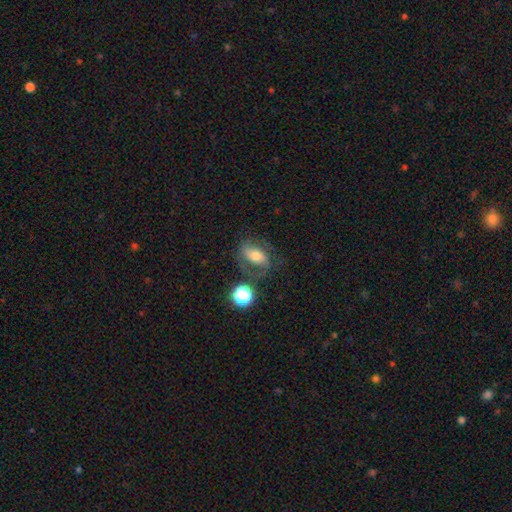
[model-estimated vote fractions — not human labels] The model was most divided on "smooth or featured": featured or disk: 48%, smooth: 39%, star or artifact: 12%. More confident: merging — none (62%).